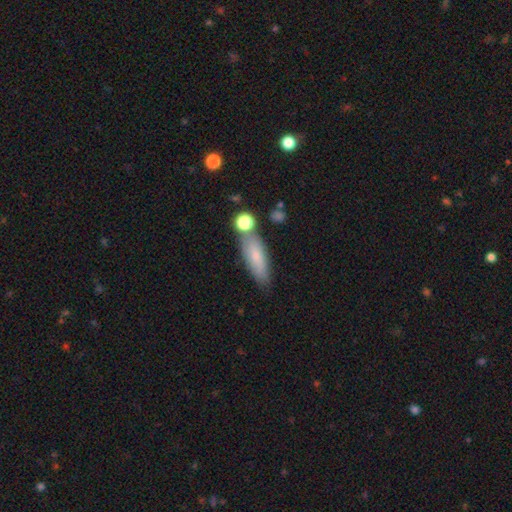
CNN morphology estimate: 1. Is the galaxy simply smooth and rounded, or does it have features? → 75% smooth, 18% featured or disk, 8% star or artifact.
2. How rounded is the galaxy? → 53% in between, 44% cigar-shaped, 3% round.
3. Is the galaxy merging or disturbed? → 69% none, 16% minor disturbance, 11% merger, 4% major disturbance.